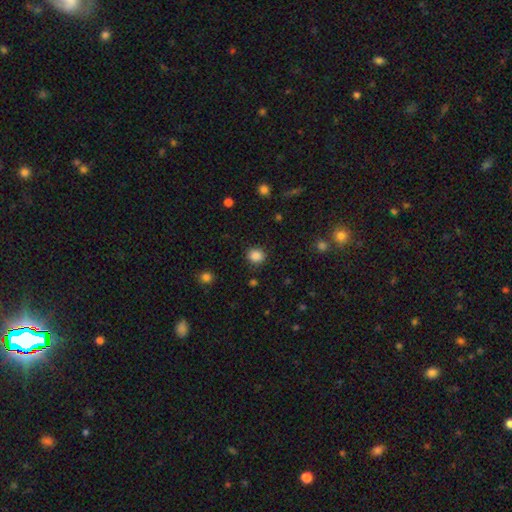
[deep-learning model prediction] Overall: smooth (85%). How rounded: round (76%). Merging: none (87%).